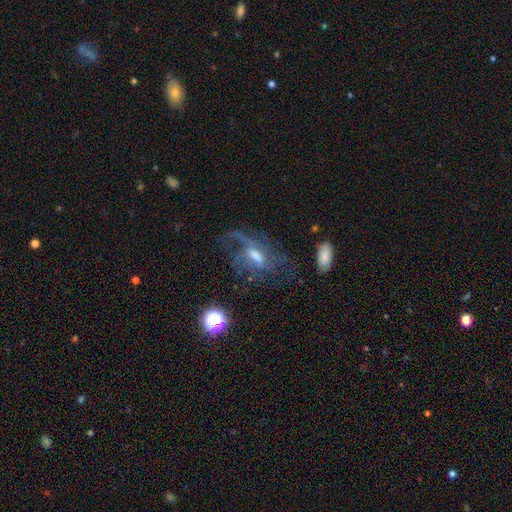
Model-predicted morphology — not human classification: Smooth or featured? Predicted: featured or disk (p=0.74). Edge-on disk? Predicted: no (p=0.93). Bar? Predicted: weak (p=0.50). Spiral arms? Predicted: yes (p=0.84). Spiral winding? Predicted: loose (p=0.54). Spiral arm count? Predicted: 2 (p=0.34). Bulge size? Predicted: moderate (p=0.54). Merging? Predicted: major disturbance (p=0.41).